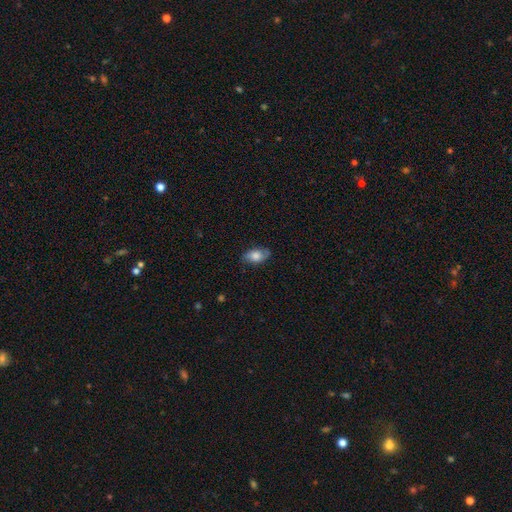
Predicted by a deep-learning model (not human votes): Smooth or featured?
  - smooth: 71% *
  - featured or disk: 21%
  - star or artifact: 7%
How rounded?
  - in between: 90% *
  - round: 7%
  - cigar-shaped: 3%
Merging?
  - none: 79% *
  - minor disturbance: 17%
  - major disturbance: 4%
  - merger: 1%